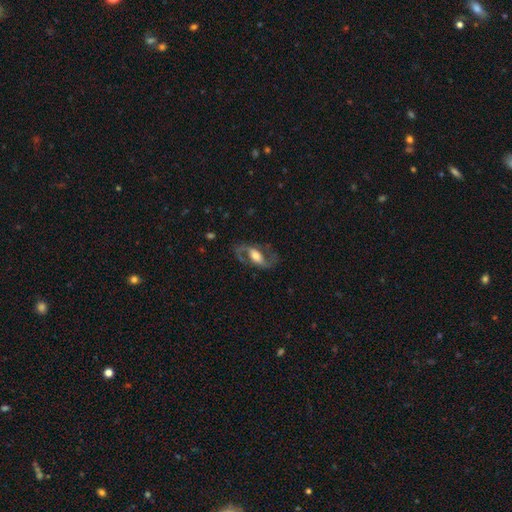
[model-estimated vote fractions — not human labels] Morphology: type=featured or disk (83%); edge-on=no (94%); bar=weak (38%); spiral arms=yes (93%); winding=medium (48%); arm count=2 (91%); bulge=moderate (56%); merging=none (74%).